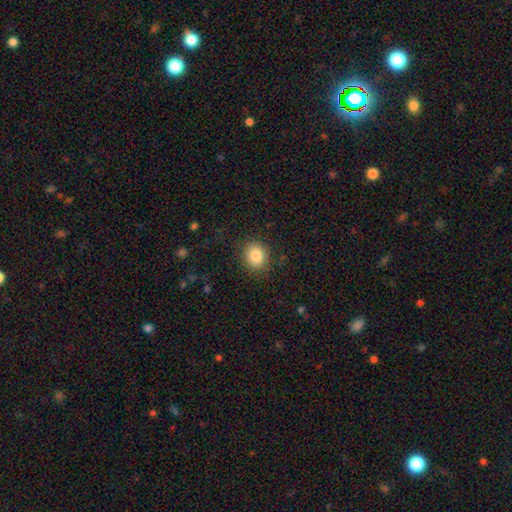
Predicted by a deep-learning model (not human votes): A smooth galaxy with no disk features (86%) that is round (67%). Merging: none (86%).